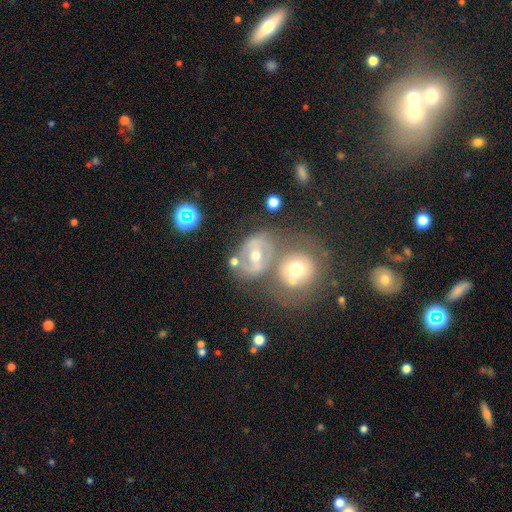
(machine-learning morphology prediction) Q: Smooth or featured?
A: featured or disk (63%); runner-up: smooth (27%)
Q: Edge-on disk?
A: no (95%); runner-up: yes (5%)
Q: Bar?
A: weak (37%); runner-up: no (35%)
Q: Spiral arms?
A: yes (58%); runner-up: no (42%)
Q: Bulge size?
A: moderate (69%); runner-up: small (23%)
Q: Merging?
A: none (45%); runner-up: merger (32%)